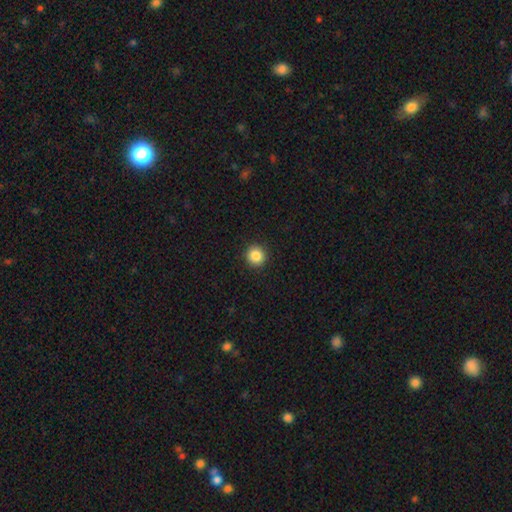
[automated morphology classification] smooth 86%, star or artifact 10%, featured or disk 4%. Down the decision tree: how rounded — round (94%); merging — none (93%).